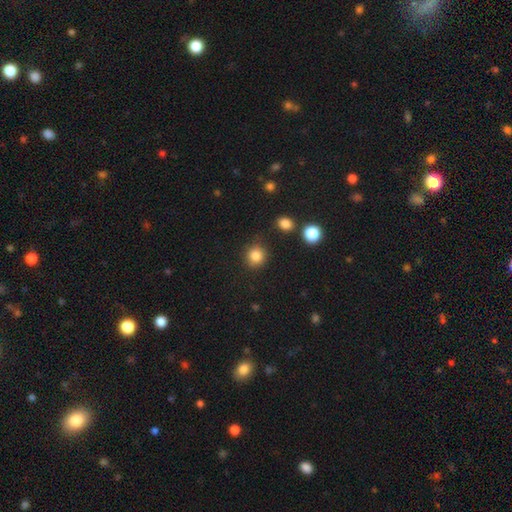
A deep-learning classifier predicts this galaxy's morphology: This is clearly a smooth galaxy (85%). How rounded: clearly round (87%). Merging: clearly none (85%).